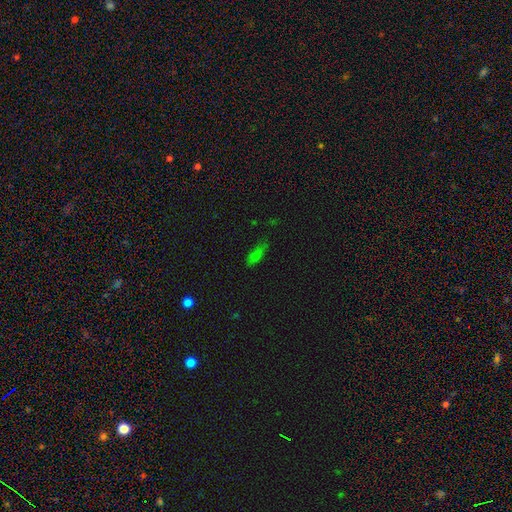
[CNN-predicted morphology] smooth-or-featured: smooth: 73% | star or artifact: 17% | featured or disk: 10%
  how-rounded: in between: 58% | cigar-shaped: 38% | round: 4%
  merging: none: 68% | minor disturbance: 23% | major disturbance: 7% | merger: 3%